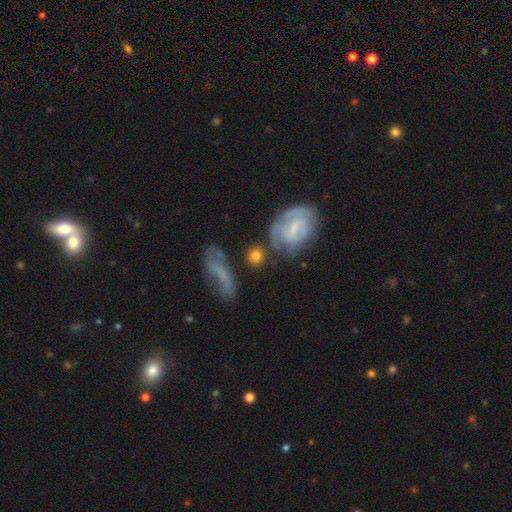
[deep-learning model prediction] smooth 69%, featured or disk 24%, star or artifact 8%. Down the decision tree: how rounded — round (73%); merging — none (60%).